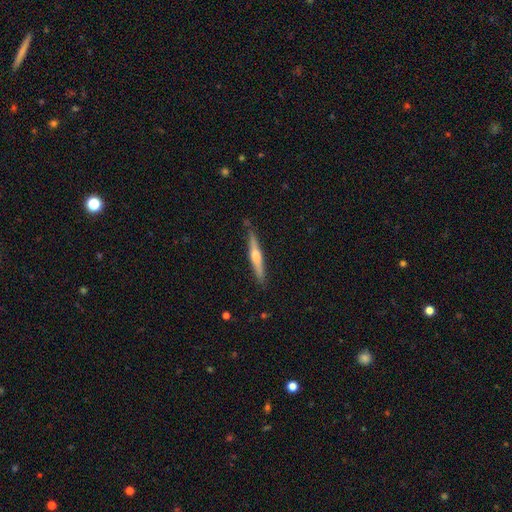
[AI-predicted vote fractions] Q: Smooth or featured?
A: featured or disk (57%); runner-up: smooth (38%)
Q: Edge-on disk?
A: yes (97%); runner-up: no (3%)
Q: Edge-on bulge?
A: rounded (80%); runner-up: none (11%)
Q: Merging?
A: none (85%); runner-up: minor disturbance (11%)